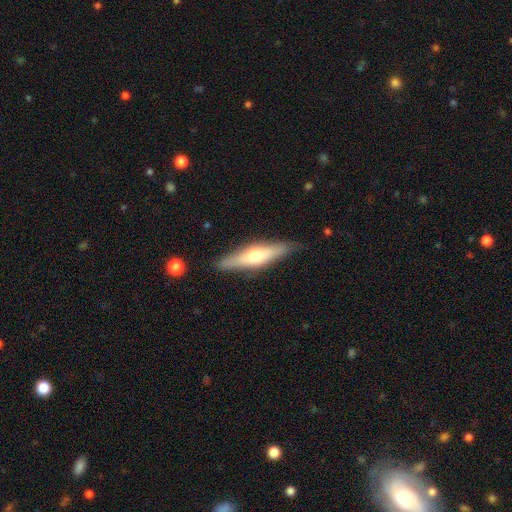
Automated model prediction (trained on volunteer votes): This is possibly a featured or disk galaxy (54%). It is clearly viewed edge-on (92%). Merging: clearly none (86%).